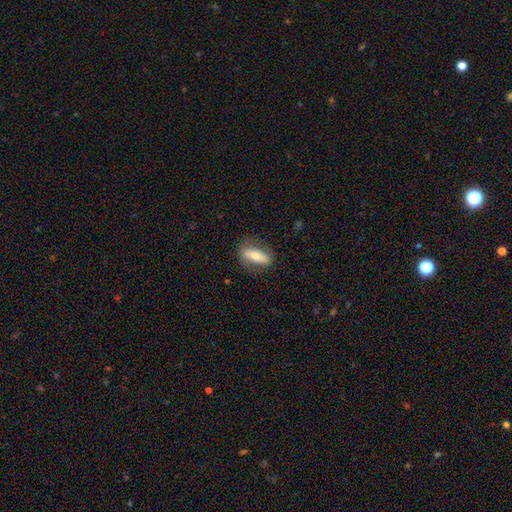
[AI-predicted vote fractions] A smooth galaxy with no disk features (52%) that is in between round and cigar-shaped (65%).

Vote fractions:
- Smooth or featured? smooth: 52% / featured or disk: 42% / star or artifact: 7%
- How rounded? in between: 65% / cigar-shaped: 30% / round: 5%
- Merging? none: 78% / minor disturbance: 15% / major disturbance: 6% / merger: 1%